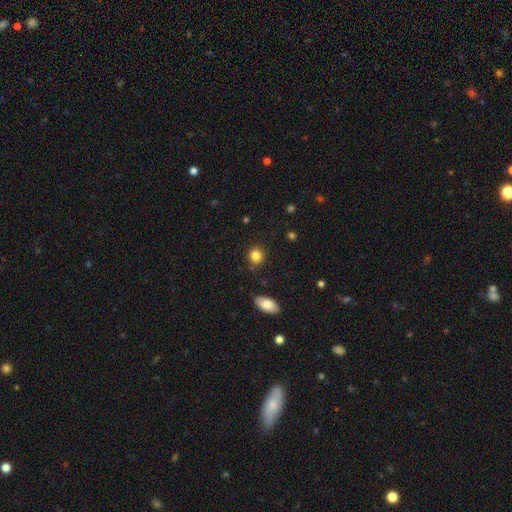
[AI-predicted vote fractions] A smooth galaxy with no disk features (84%) that is round (83%). Merging: none (86%).